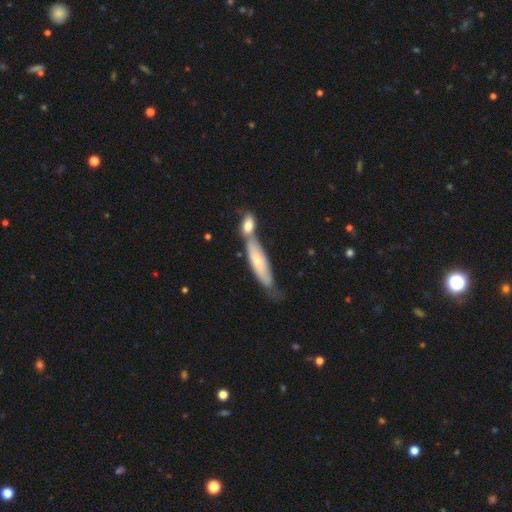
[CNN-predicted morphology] Smooth or featured? Predicted: featured or disk (p=0.48). Merging? Predicted: none (p=0.41).